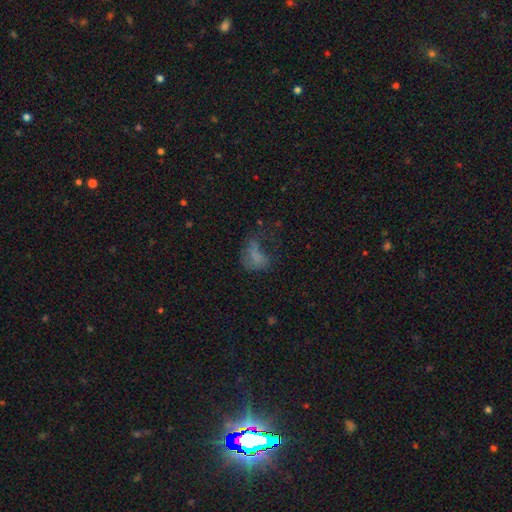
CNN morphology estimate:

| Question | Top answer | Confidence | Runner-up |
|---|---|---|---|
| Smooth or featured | smooth | 52% | featured or disk (28%) |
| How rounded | in between | 77% | round (20%) |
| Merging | major disturbance | 49% | none (26%) |